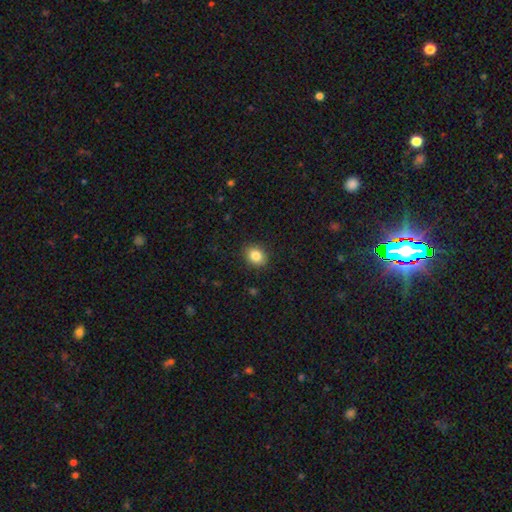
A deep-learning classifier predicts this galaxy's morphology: smooth-or-featured: smooth: 85% | star or artifact: 9% | featured or disk: 6%
  how-rounded: in between: 52% | round: 47% | cigar-shaped: 1%
  merging: none: 89% | minor disturbance: 8% | major disturbance: 2% | merger: 1%